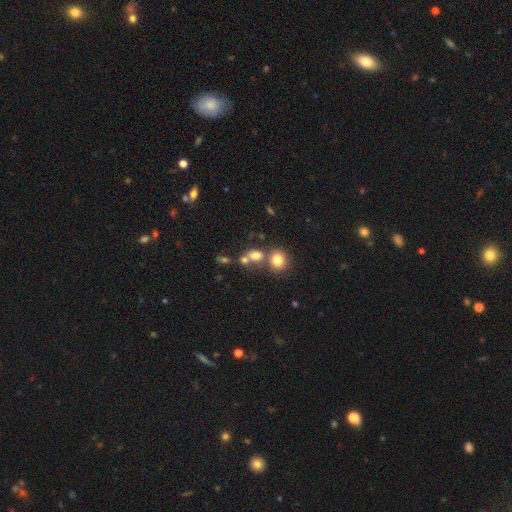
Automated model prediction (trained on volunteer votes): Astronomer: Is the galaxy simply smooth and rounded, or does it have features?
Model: smooth — 72%.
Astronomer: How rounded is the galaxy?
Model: round — 67%.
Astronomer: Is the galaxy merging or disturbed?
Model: none — 47% (runner-up: merger, 39%).